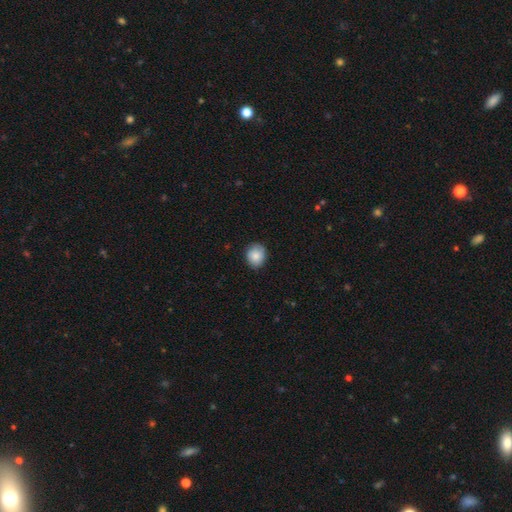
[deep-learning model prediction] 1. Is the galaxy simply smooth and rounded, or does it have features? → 83% smooth, 9% featured or disk, 8% star or artifact.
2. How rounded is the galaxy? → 71% round, 28% in between, 1% cigar-shaped.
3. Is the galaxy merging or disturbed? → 82% none, 15% minor disturbance, 2% major disturbance, 1% merger.